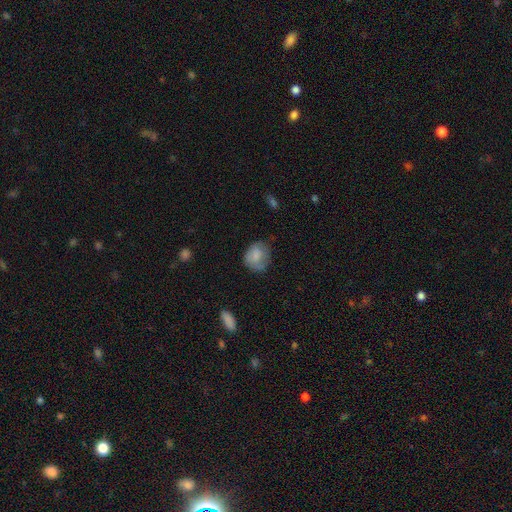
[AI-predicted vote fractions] This is likely a smooth galaxy (76%). How rounded: possibly round (56%). Merging: possibly none (56%).